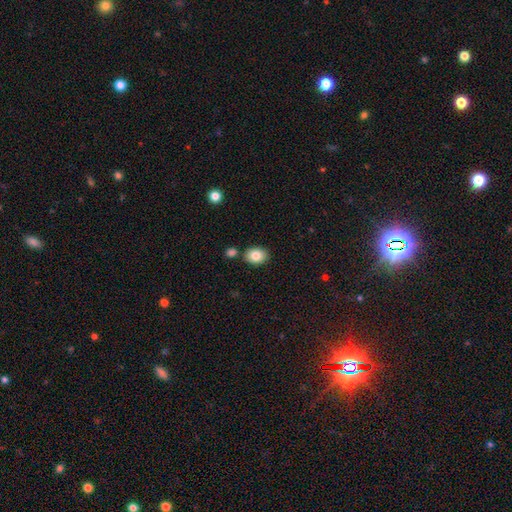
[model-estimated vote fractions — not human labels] smooth_or_featured: smooth (p=0.84) [alt: featured or disk p=0.08]
how_rounded: in between (p=0.69) [alt: round p=0.30]
merging: none (p=0.81) [alt: minor disturbance p=0.10]